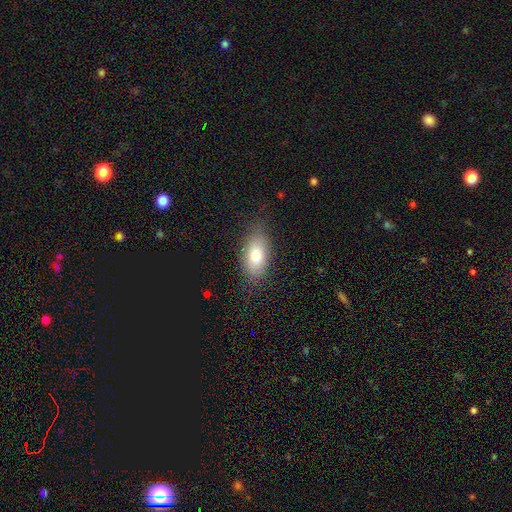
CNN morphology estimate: A smooth galaxy with no disk features (75%) that is in between round and cigar-shaped (88%).

Vote fractions:
- Smooth or featured? smooth: 75% / featured or disk: 16% / star or artifact: 9%
- How rounded? in between: 88% / round: 8% / cigar-shaped: 4%
- Merging? none: 79% / minor disturbance: 15% / major disturbance: 5% / merger: 1%